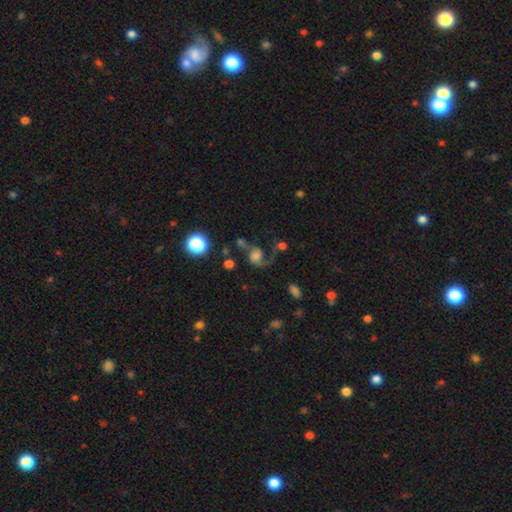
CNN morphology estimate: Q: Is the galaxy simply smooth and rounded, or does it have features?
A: featured or disk — 63%.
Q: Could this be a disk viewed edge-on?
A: no — 97%.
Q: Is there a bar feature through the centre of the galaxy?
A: no — 66%.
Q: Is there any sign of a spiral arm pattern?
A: yes — 90%.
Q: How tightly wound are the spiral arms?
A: loose — 63%.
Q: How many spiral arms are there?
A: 2 — 55%.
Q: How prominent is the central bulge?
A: large — 28%.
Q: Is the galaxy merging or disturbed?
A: none — 36%.